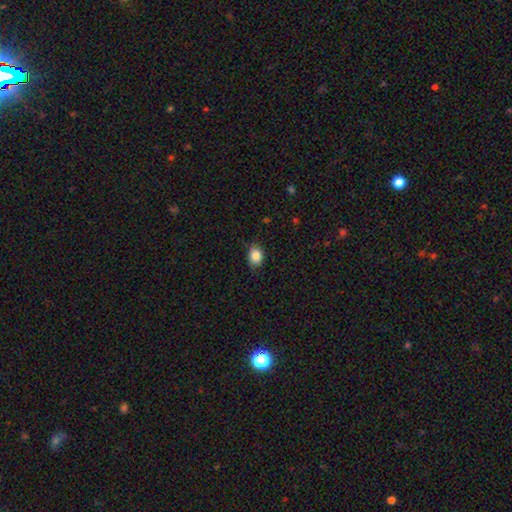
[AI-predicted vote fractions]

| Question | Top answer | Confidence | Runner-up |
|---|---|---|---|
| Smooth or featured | smooth | 86% | star or artifact (9%) |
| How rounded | in between | 60% | round (39%) |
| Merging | none | 80% | minor disturbance (16%) |